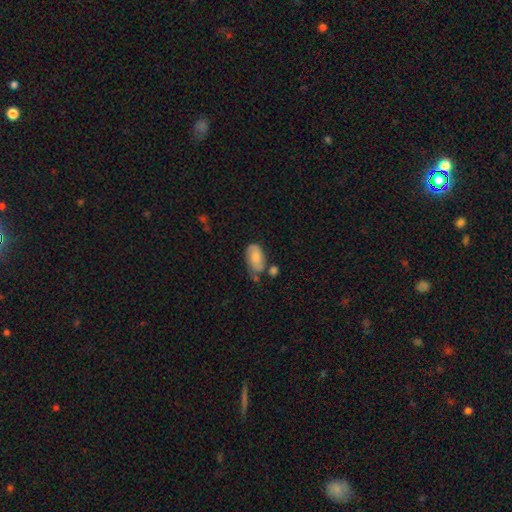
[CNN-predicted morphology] smooth_or_featured: smooth (p=0.53) [alt: featured or disk p=0.39]
how_rounded: in between (p=0.91) [alt: round p=0.06]
merging: none (p=0.44) [alt: minor disturbance p=0.29]